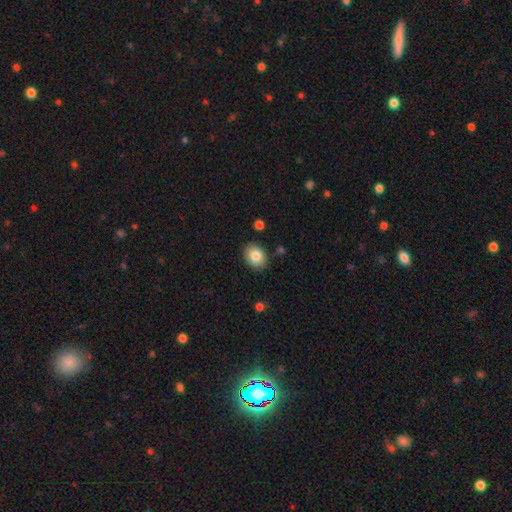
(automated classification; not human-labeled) Smooth or featured: smooth — 83% (featured or disk — 9%)
How rounded: in between — 58% (round — 41%)
Merging: none — 85% (minor disturbance — 10%)